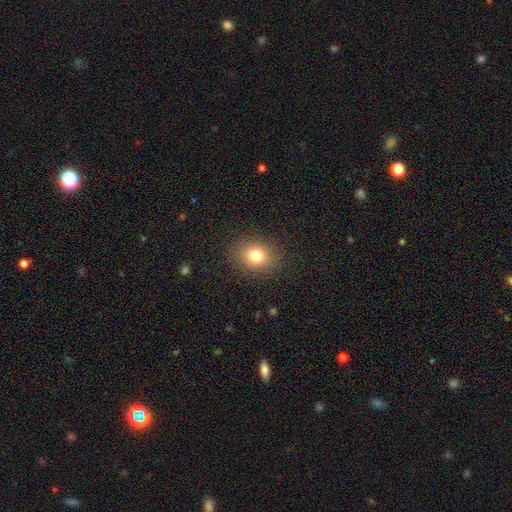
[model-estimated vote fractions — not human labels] smooth 79%, star or artifact 13%, featured or disk 8%. Down the decision tree: how rounded — round (68%); merging — none (88%).